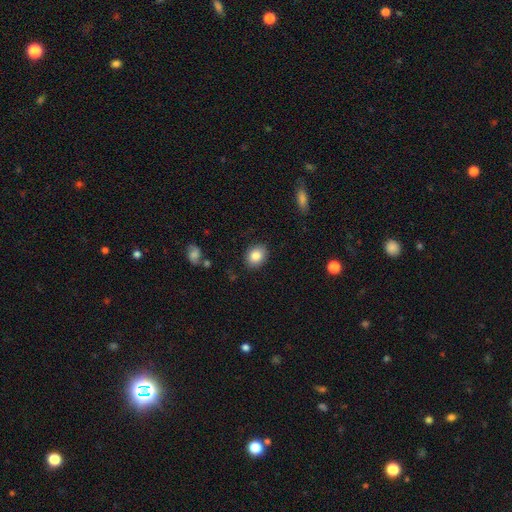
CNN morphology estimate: Smooth or featured?
  - smooth: 84% *
  - star or artifact: 8%
  - featured or disk: 7%
How rounded?
  - in between: 56% *
  - round: 43%
  - cigar-shaped: 1%
Merging?
  - none: 87% *
  - minor disturbance: 9%
  - major disturbance: 2%
  - merger: 1%